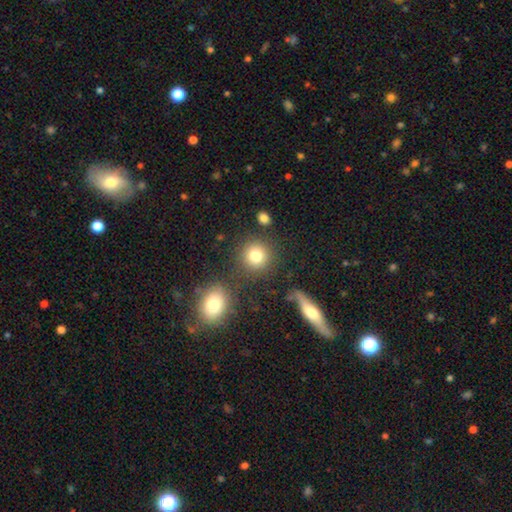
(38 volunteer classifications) A smooth galaxy with no disk features (82%) that is round (90%). Merging: none (72%).